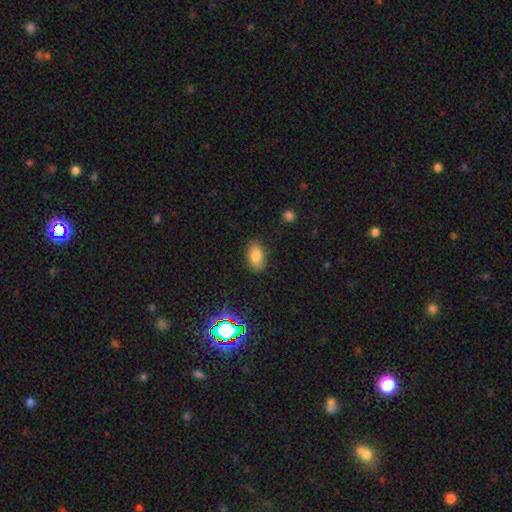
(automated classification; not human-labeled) Overall: smooth (81%). How rounded: in between (90%). Merging: none (84%).